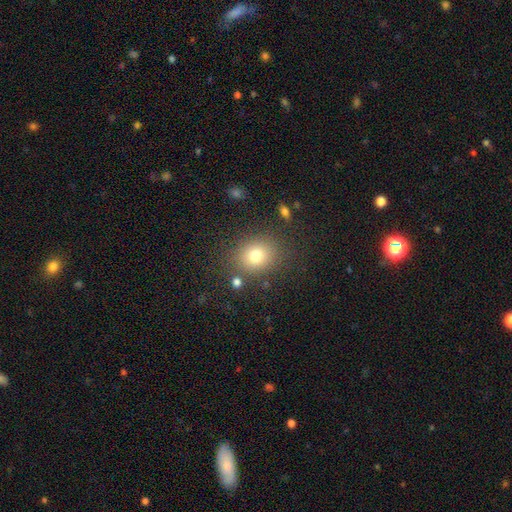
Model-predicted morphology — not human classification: Smooth or featured? smooth (77%)
How rounded? round (62%)
Merging? none (81%)